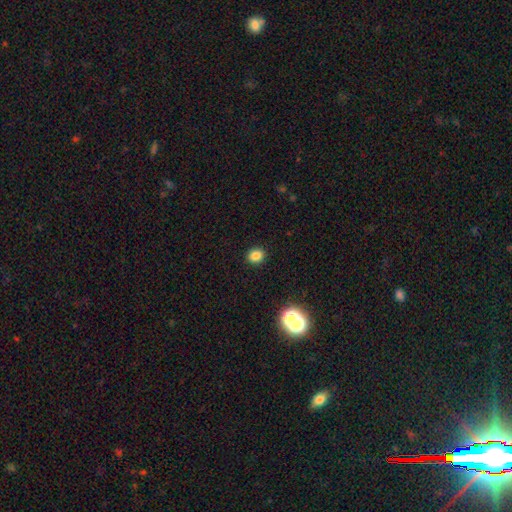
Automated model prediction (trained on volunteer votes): Overall: smooth (83%). How rounded: round (71%). Merging: none (91%).